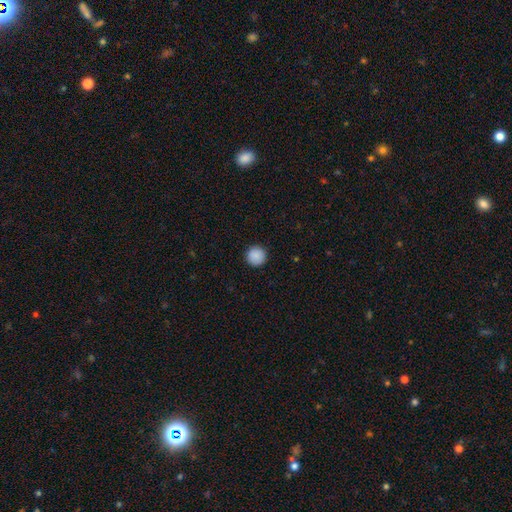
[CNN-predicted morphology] Overall: smooth (90%). How rounded: round (96%). Merging: none (93%).